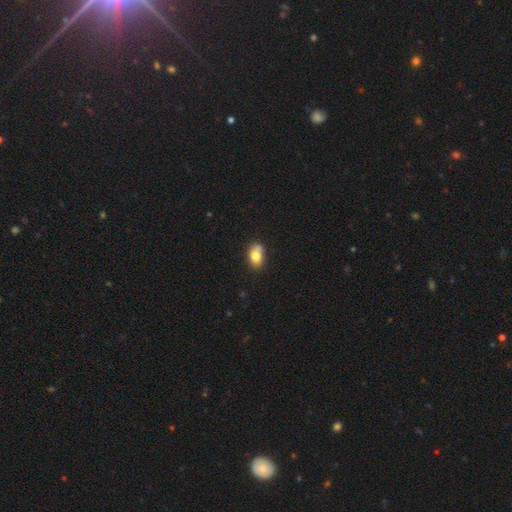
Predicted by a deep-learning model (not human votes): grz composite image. It shows a smooth galaxy with no disk features (80%) that is in between round and cigar-shaped (84%). Merging: none (69%).